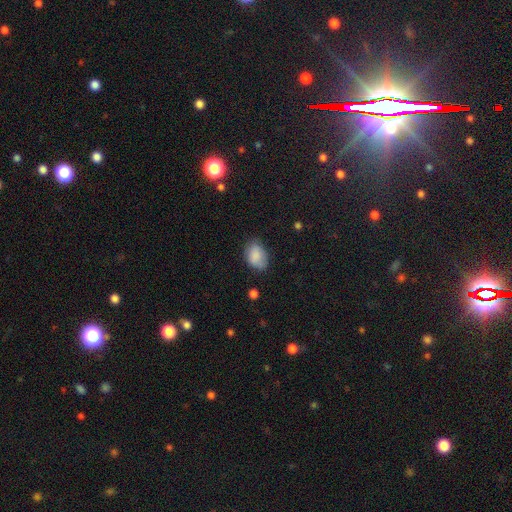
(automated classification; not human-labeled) Smooth or featured?
  - smooth: 86% *
  - star or artifact: 7%
  - featured or disk: 6%
How rounded?
  - in between: 82% *
  - round: 17%
  - cigar-shaped: 1%
Merging?
  - none: 67% *
  - minor disturbance: 25%
  - major disturbance: 6%
  - merger: 2%